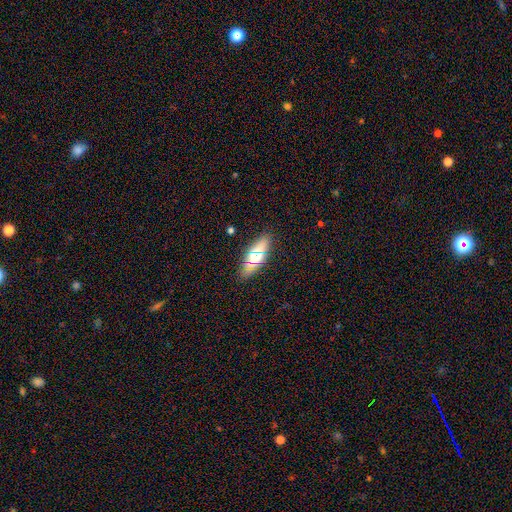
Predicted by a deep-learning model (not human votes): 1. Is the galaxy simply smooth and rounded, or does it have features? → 62% smooth, 26% featured or disk, 12% star or artifact.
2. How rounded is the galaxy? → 69% in between, 26% cigar-shaped, 6% round.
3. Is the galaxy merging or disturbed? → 86% none, 10% minor disturbance, 3% major disturbance, 1% merger.